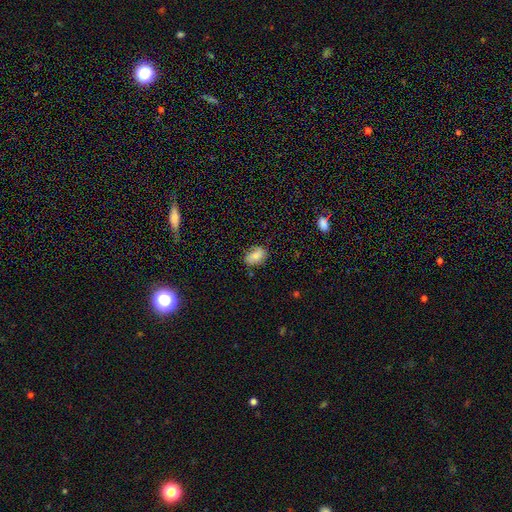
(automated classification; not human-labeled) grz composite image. It shows a smooth galaxy with no disk features (77%) that is in between round and cigar-shaped (81%). Merging: none (72%).